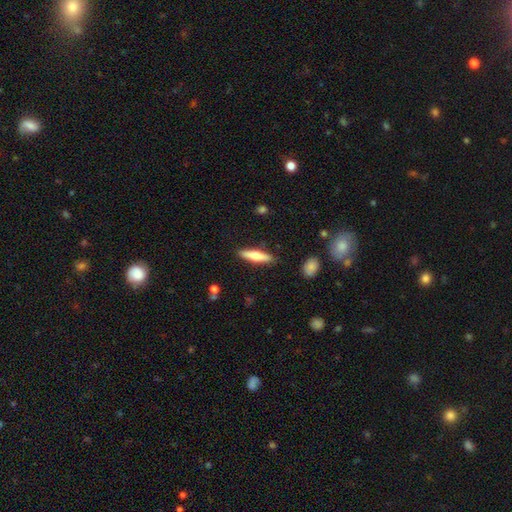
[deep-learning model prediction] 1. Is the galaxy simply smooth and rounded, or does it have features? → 62% smooth, 33% featured or disk, 6% star or artifact.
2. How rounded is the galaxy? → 76% cigar-shaped, 22% in between, 2% round.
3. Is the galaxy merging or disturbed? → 88% none, 9% minor disturbance, 2% major disturbance, 2% merger.